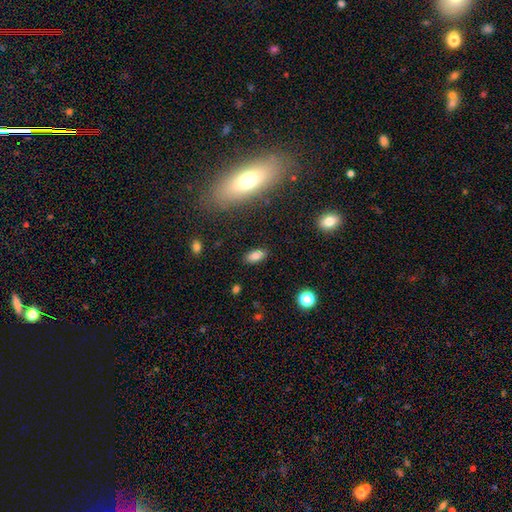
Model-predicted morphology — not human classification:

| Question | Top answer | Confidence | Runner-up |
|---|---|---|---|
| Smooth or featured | smooth | 82% | star or artifact (10%) |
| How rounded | in between | 89% | cigar-shaped (7%) |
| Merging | none | 86% | minor disturbance (9%) |